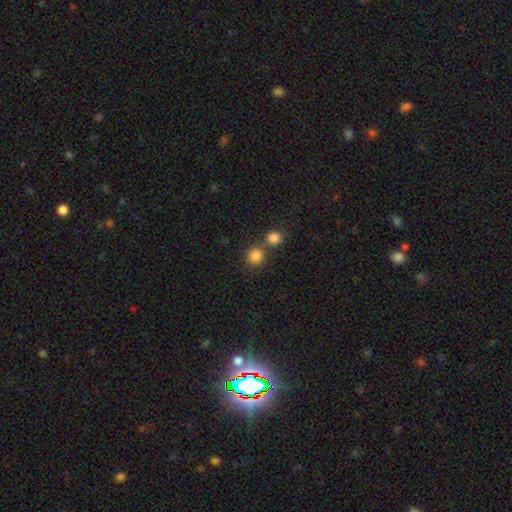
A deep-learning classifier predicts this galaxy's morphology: smooth-or-featured: smooth: 83% | star or artifact: 11% | featured or disk: 5%
  how-rounded: round: 85% | in between: 14% | cigar-shaped: 1%
  merging: none: 55% | merger: 35% | minor disturbance: 7% | major disturbance: 3%